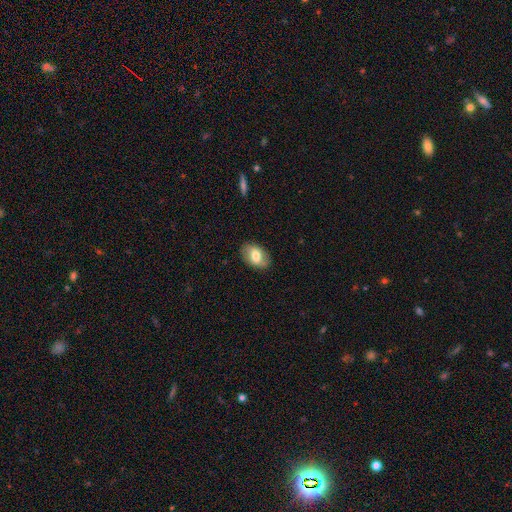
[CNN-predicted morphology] A smooth galaxy with no disk features (67%) that is in between round and cigar-shaped (88%).

Vote fractions:
- Smooth or featured? smooth: 67% / featured or disk: 26% / star or artifact: 7%
- How rounded? in between: 88% / round: 11% / cigar-shaped: 1%
- Merging? none: 83% / minor disturbance: 12% / major disturbance: 3% / merger: 1%